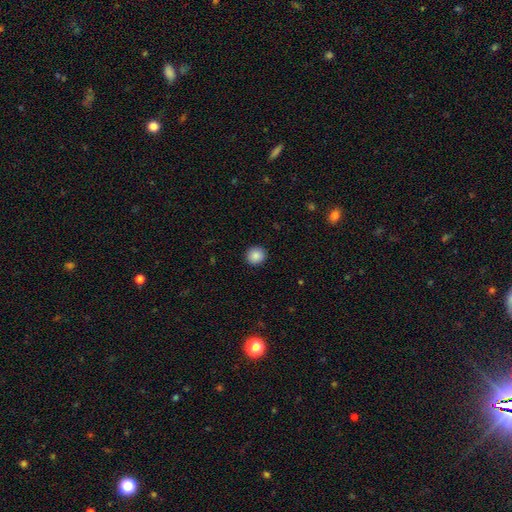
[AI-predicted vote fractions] Morphology: type=smooth (88%); roundness=round (90%); merging=none (92%).